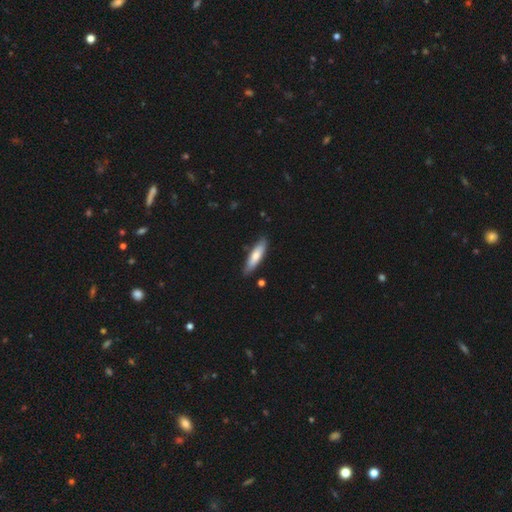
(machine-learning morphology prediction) Overall: smooth (71%). How rounded: cigar-shaped (68%; in between 30%). Merging: none (84%).